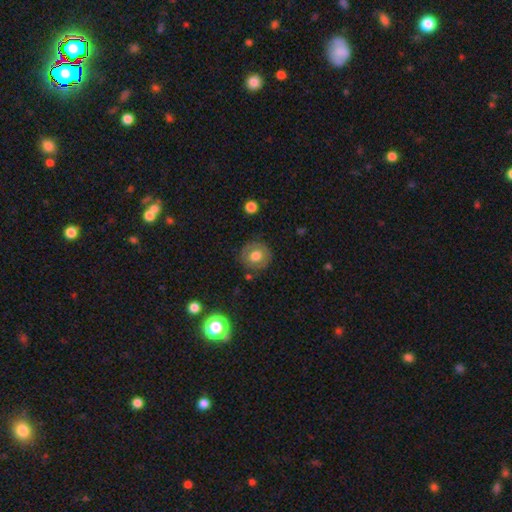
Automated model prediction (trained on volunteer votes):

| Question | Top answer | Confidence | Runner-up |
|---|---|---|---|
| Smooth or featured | smooth | 66% | featured or disk (24%) |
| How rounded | round | 90% | in between (9%) |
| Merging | none | 83% | minor disturbance (12%) |